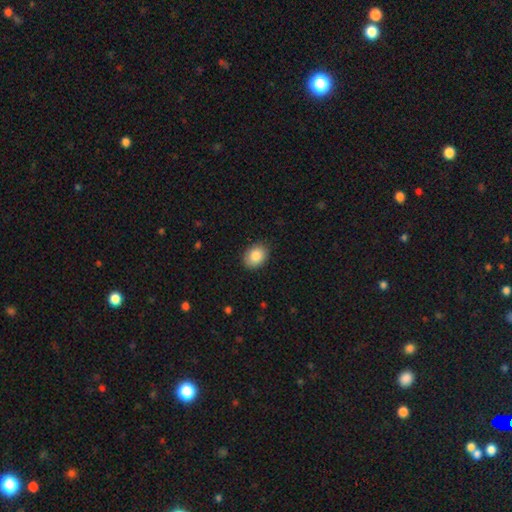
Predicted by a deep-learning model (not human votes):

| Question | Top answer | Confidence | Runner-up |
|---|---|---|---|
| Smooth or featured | smooth | 86% | star or artifact (7%) |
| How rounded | in between | 68% | round (31%) |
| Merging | none | 87% | minor disturbance (10%) |